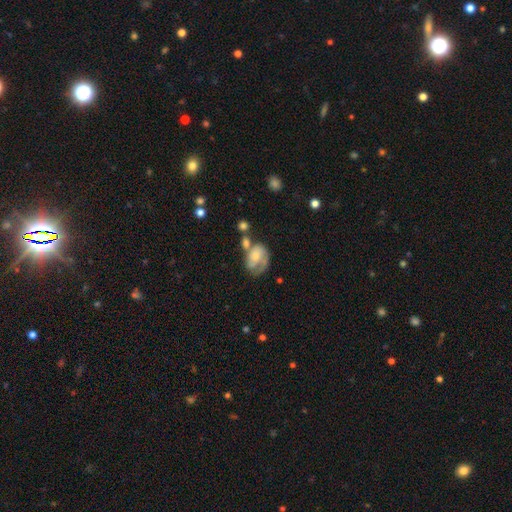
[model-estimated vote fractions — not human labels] Smooth or featured? featured or disk (48%)
Merging? none (28%)